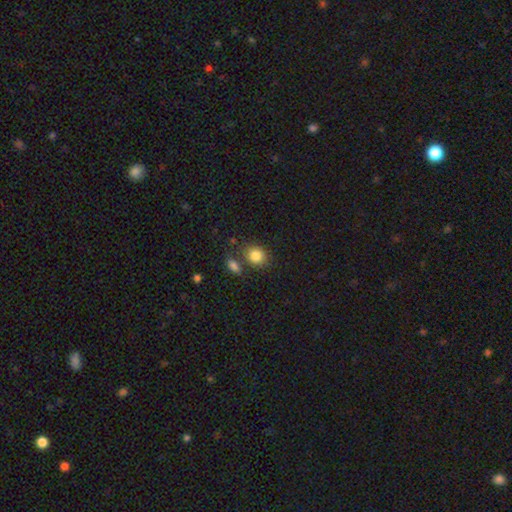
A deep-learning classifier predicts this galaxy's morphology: Q: Smooth or featured?
A: smooth (85%); runner-up: star or artifact (9%)
Q: How rounded?
A: round (64%); runner-up: in between (35%)
Q: Merging?
A: none (70%); runner-up: merger (14%)